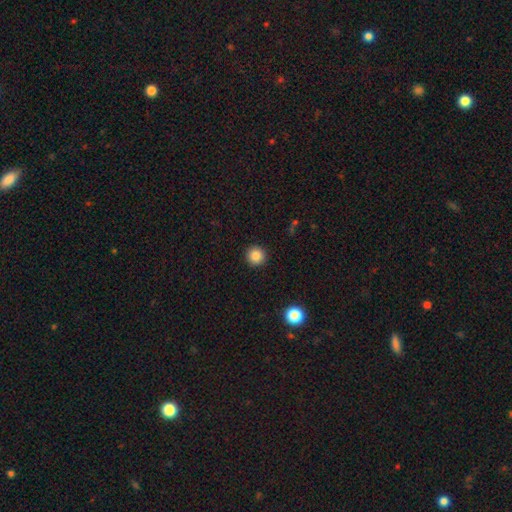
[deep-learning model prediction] smooth-or-featured: smooth: 85% | star or artifact: 11% | featured or disk: 4%
  how-rounded: round: 96% | in between: 3% | cigar-shaped: 1%
  merging: none: 93% | minor disturbance: 5% | major disturbance: 2% | merger: 1%